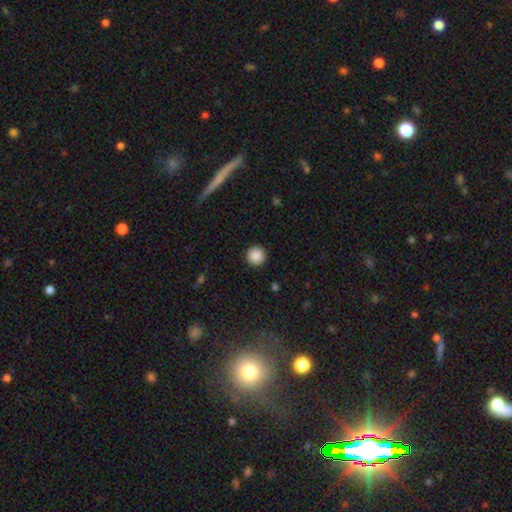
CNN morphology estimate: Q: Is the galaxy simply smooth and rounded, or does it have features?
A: smooth — 88%.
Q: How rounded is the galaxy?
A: round — 95%.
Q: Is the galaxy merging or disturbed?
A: none — 92%.